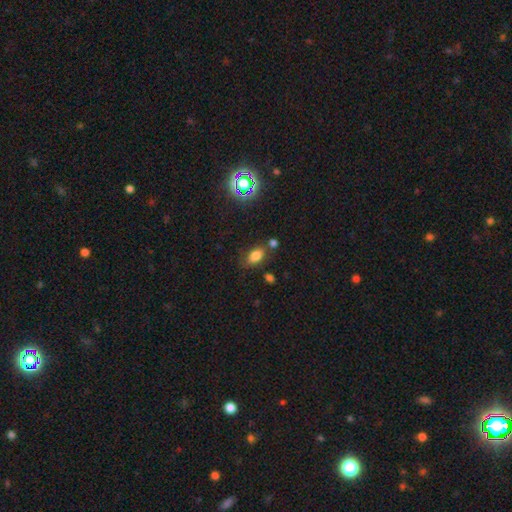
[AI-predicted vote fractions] Smooth or featured? Predicted: smooth (p=0.76). How rounded? Predicted: in between (p=0.85). Merging? Predicted: none (p=0.67).